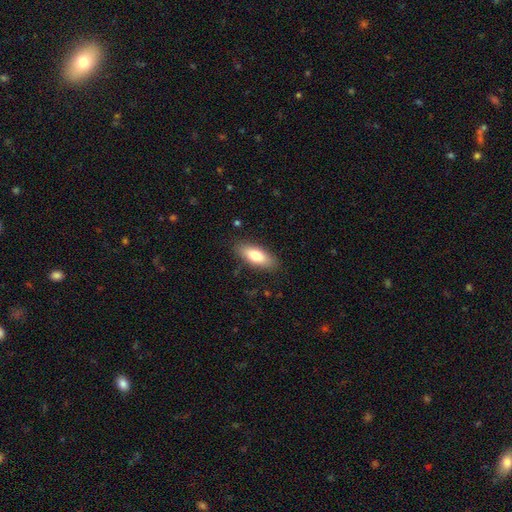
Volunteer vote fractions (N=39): A smooth galaxy with no disk features (72%) that is in between round and cigar-shaped (82%).

Vote fractions:
- Smooth or featured? smooth: 72% / featured or disk: 21% / star or artifact: 8%
- How rounded? in between: 82% / cigar-shaped: 14% / round: 4%
- Merging? none: 89% / minor disturbance: 8% / merger: 3% / major disturbance: 0%